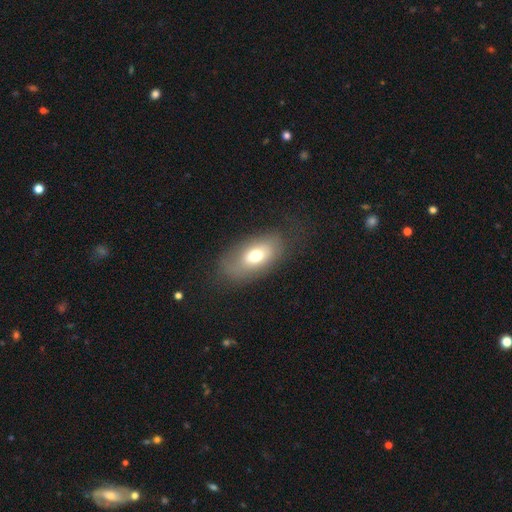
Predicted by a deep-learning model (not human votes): Smooth or featured? Predicted: smooth (p=0.67). How rounded? Predicted: in between (p=0.88). Merging? Predicted: none (p=0.68).